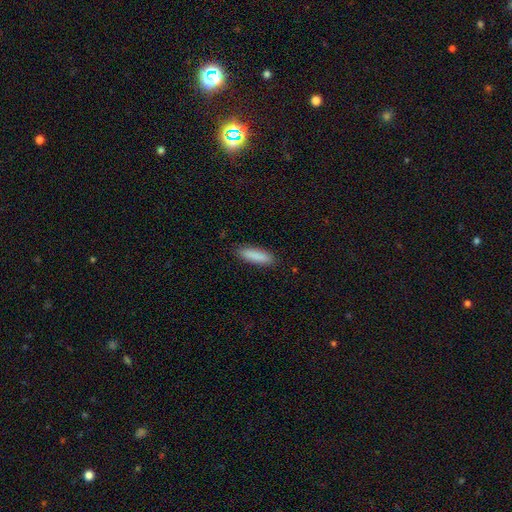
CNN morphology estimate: Overall: smooth (88%). How rounded: cigar-shaped (67%; in between 32%). Merging: none (87%).